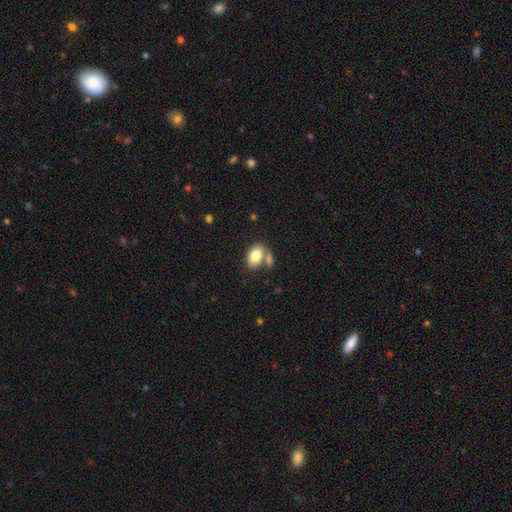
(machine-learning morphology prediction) Smooth or featured? smooth (80%)
How rounded? in between (87%)
Merging? none (47%)